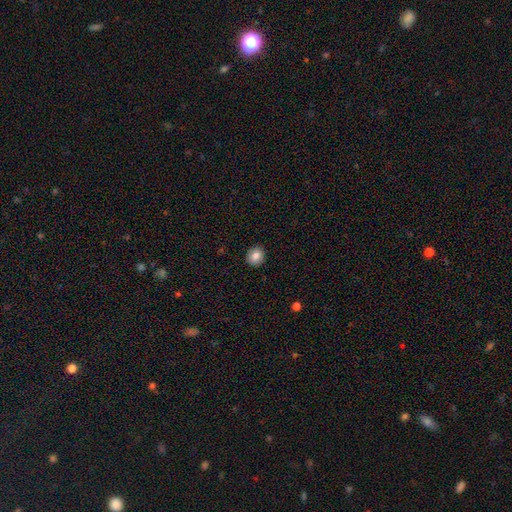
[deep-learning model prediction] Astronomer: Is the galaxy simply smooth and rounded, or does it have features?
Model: smooth — 84%.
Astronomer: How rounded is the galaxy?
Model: round — 83%.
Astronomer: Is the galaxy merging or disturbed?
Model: none — 91%.